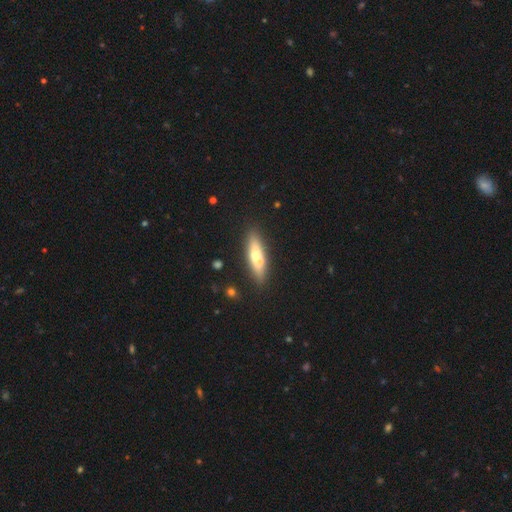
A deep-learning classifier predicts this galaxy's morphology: Smooth or featured? Predicted: smooth (p=0.54). How rounded? Predicted: cigar-shaped (p=0.63). Merging? Predicted: none (p=0.73).